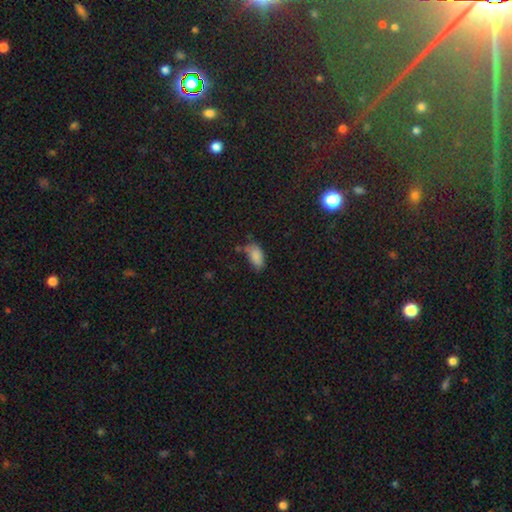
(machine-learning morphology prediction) Overall: smooth (83%). How rounded: in between (92%). Merging: none (47%; minor disturbance 32%).